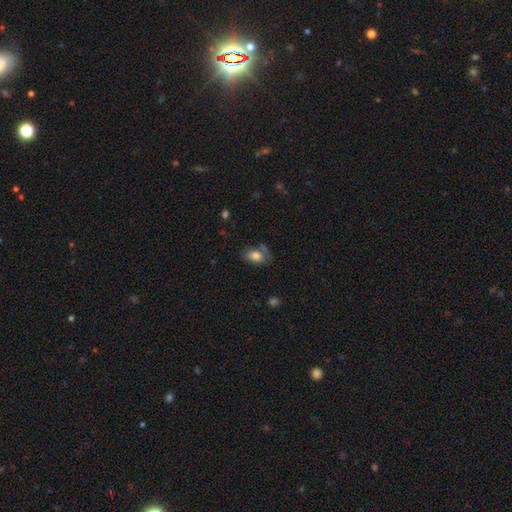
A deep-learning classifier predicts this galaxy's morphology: smooth_or_featured: smooth (p=0.78) [alt: featured or disk p=0.14]
how_rounded: in between (p=0.90) [alt: round p=0.08]
merging: none (p=0.58) [alt: minor disturbance p=0.23]